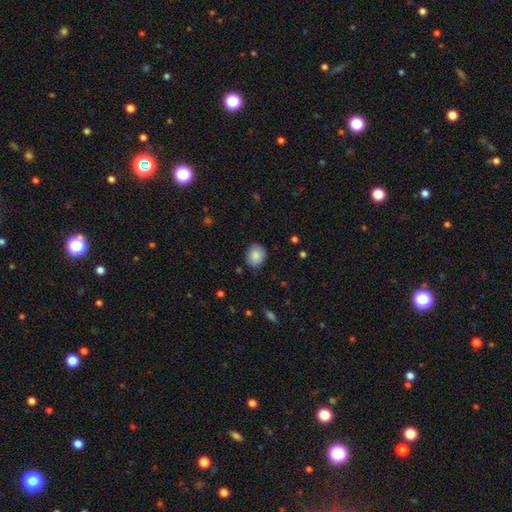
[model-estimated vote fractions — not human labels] This appears to be a smooth galaxy with no disk features (87%) that is round (65%). Merging: none (84%).